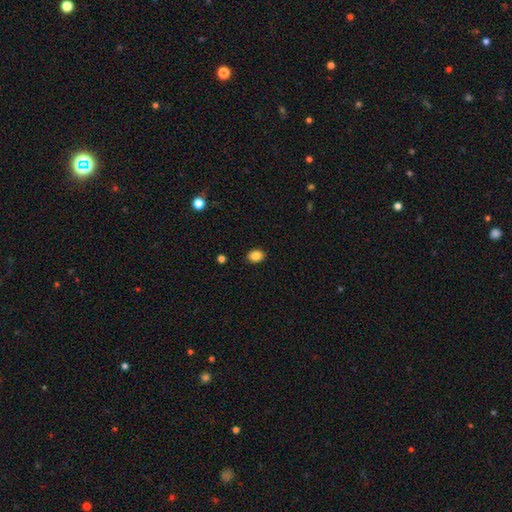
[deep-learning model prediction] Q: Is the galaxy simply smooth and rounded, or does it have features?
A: smooth — 86%.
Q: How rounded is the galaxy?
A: in between — 60%.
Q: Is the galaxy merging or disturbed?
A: none — 89%.